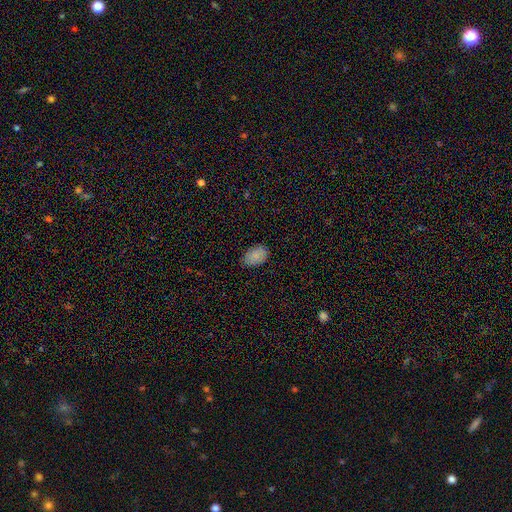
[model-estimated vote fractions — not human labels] smooth-or-featured: smooth: 87% | star or artifact: 8% | featured or disk: 5%
  how-rounded: in between: 89% | round: 9% | cigar-shaped: 1%
  merging: none: 84% | minor disturbance: 13% | major disturbance: 2% | merger: 1%